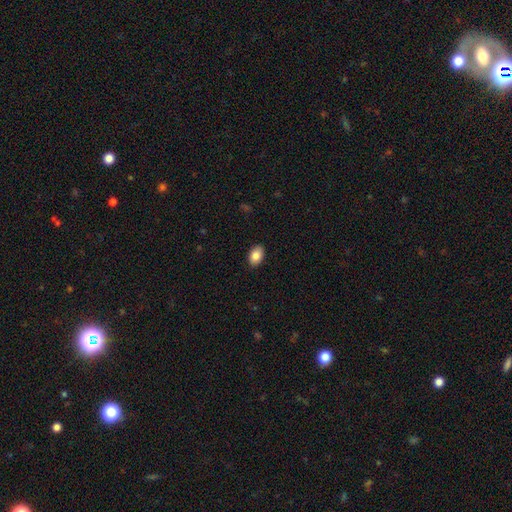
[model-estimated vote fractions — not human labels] Smooth or featured? smooth (86%)
How rounded? in between (89%)
Merging? none (89%)